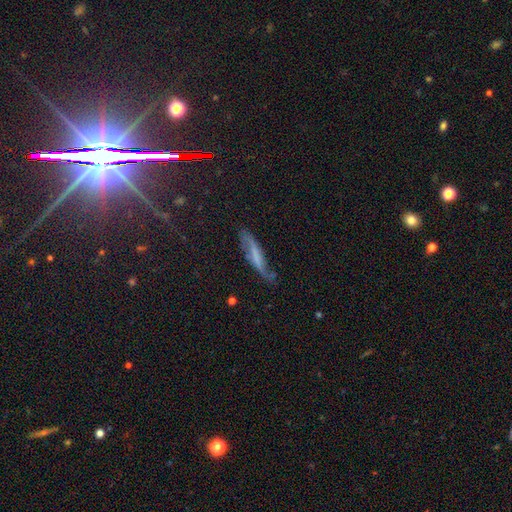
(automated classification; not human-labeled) The model was most divided on "edge-on disk": no: 61%, yes: 39%. More confident: merging — none (59%); smooth or featured — featured or disk (57%).